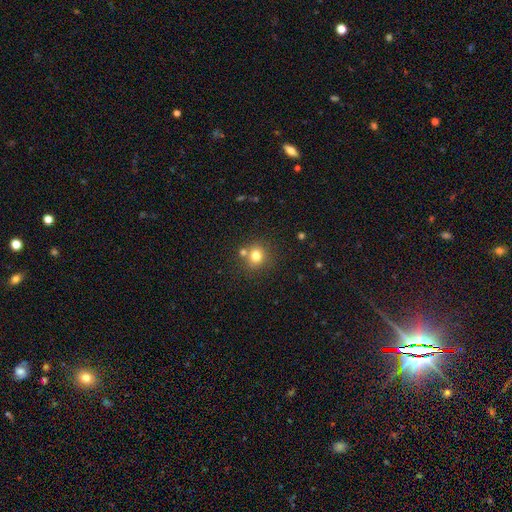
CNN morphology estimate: Q: Smooth or featured?
A: smooth (77%); runner-up: star or artifact (14%)
Q: How rounded?
A: round (84%); runner-up: in between (16%)
Q: Merging?
A: none (68%); runner-up: merger (18%)